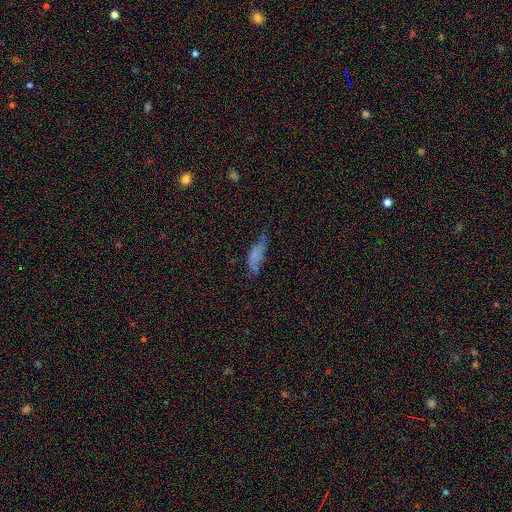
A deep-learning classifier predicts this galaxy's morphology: smooth 66%, featured or disk 21%, star or artifact 13%. Down the decision tree: how rounded — in between (59%); merging — none (37%).